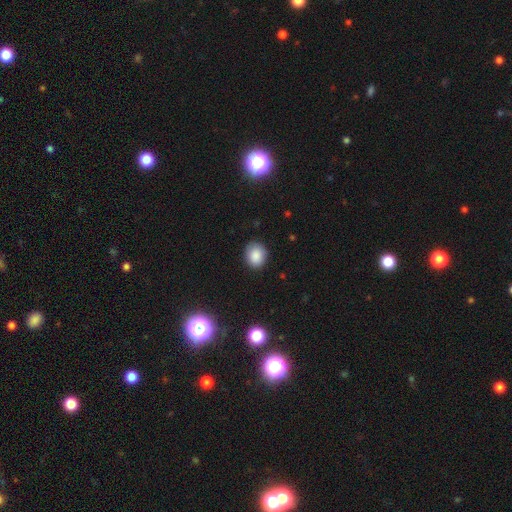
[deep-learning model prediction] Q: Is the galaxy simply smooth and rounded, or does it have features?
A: smooth — 86%.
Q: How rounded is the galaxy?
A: round — 62%.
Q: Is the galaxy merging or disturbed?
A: none — 85%.